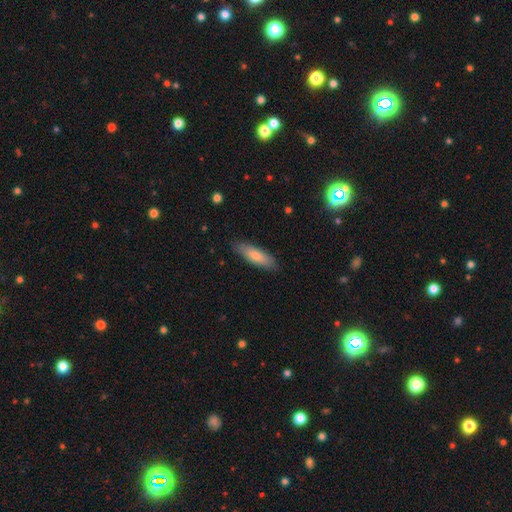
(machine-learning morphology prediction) This appears to be a smooth galaxy with no disk features (77%) that is cigar-shaped (57%). Merging: none (87%).